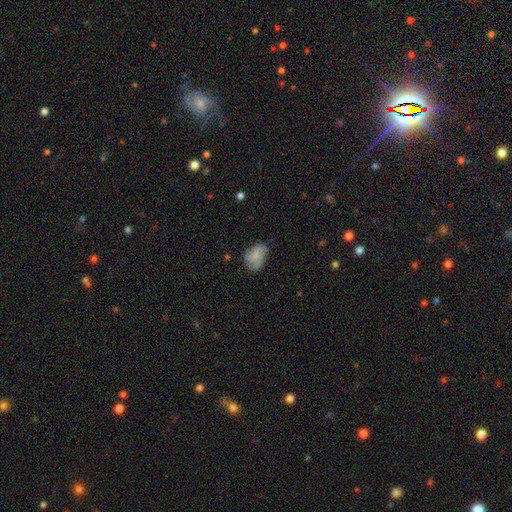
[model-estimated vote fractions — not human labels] The model was most divided on "merging": none: 54%, minor disturbance: 31%, major disturbance: 12%, merger: 3%. More confident: how rounded — in between (82%); smooth or featured — smooth (65%).